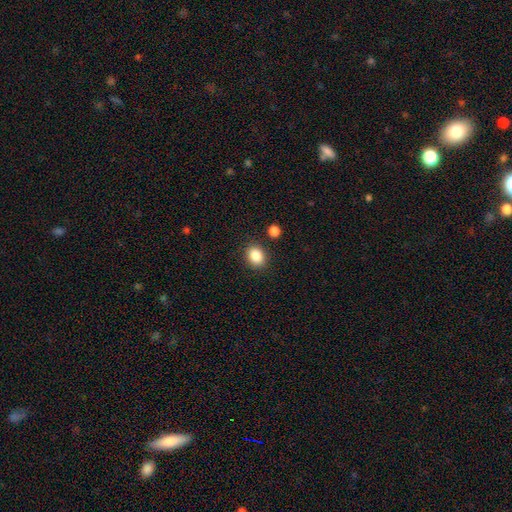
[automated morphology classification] Smooth or featured?
  - smooth: 86% *
  - star or artifact: 9%
  - featured or disk: 4%
How rounded?
  - in between: 50% *
  - round: 49%
  - cigar-shaped: 1%
Merging?
  - none: 85% *
  - minor disturbance: 8%
  - merger: 4%
  - major disturbance: 3%